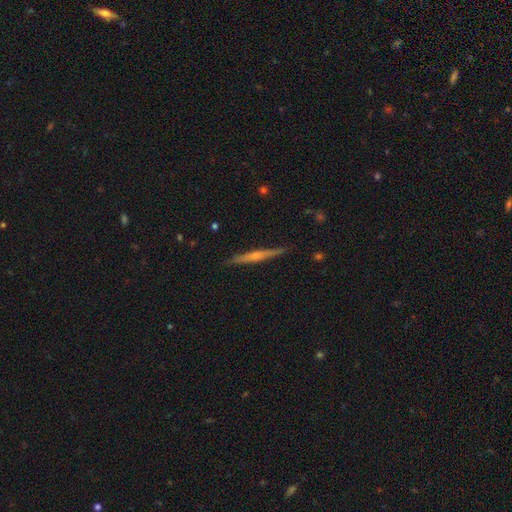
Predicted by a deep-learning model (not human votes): The model was most divided on "smooth or featured": featured or disk: 60%, smooth: 33%, star or artifact: 6%. More confident: edge-on disk — yes (98%); merging — none (89%); edge-on bulge — rounded (60%).